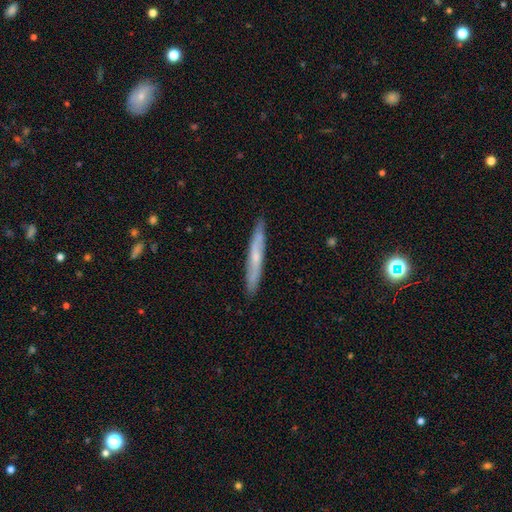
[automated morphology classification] This is possibly a featured or disk galaxy (48%). Merging: clearly none (88%).